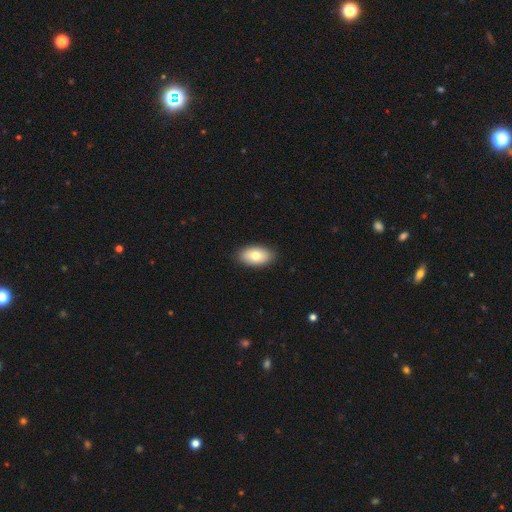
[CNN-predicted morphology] smooth-or-featured: smooth: 77% | featured or disk: 17% | star or artifact: 7%
  how-rounded: in between: 93% | round: 5% | cigar-shaped: 2%
  merging: none: 89% | minor disturbance: 8% | major disturbance: 2% | merger: 1%